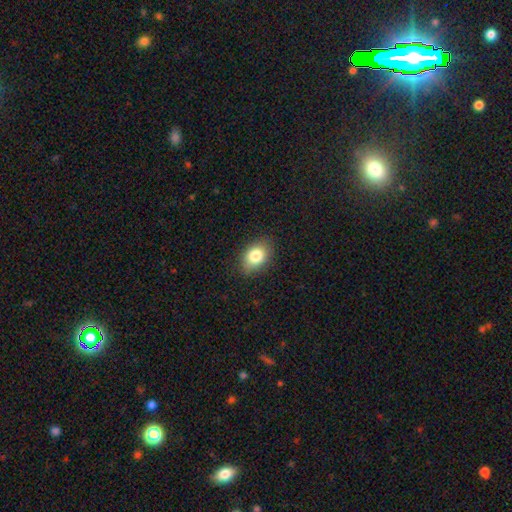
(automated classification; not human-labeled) Smooth or featured: smooth — 82% (featured or disk — 9%)
How rounded: in between — 78% (round — 20%)
Merging: none — 84% (minor disturbance — 12%)